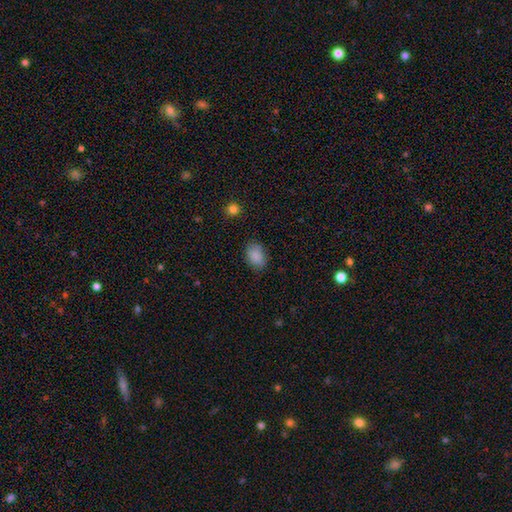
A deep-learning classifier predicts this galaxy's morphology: type=smooth (87%); roundness=in between (82%); merging=none (81%).